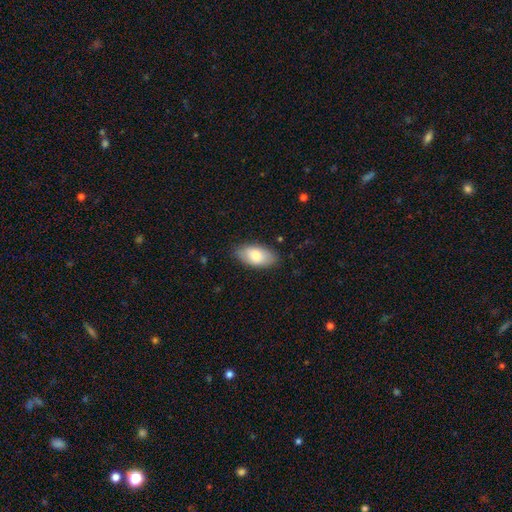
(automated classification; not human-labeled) Smooth or featured? Predicted: smooth (p=0.77). How rounded? Predicted: in between (p=0.93). Merging? Predicted: none (p=0.84).